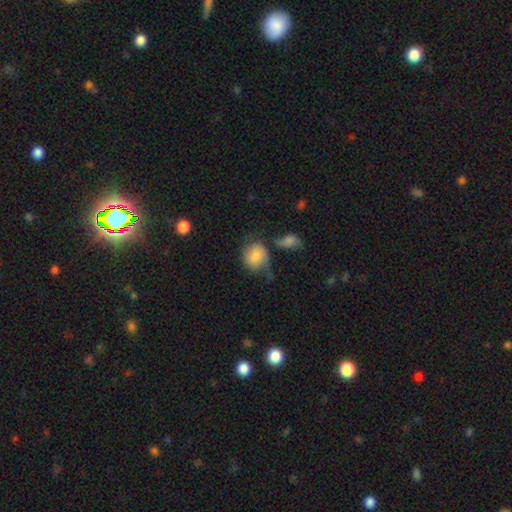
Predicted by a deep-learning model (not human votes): Smooth or featured: smooth — 76% (featured or disk — 16%)
How rounded: round — 72% (in between — 27%)
Merging: none — 46% (minor disturbance — 27%)